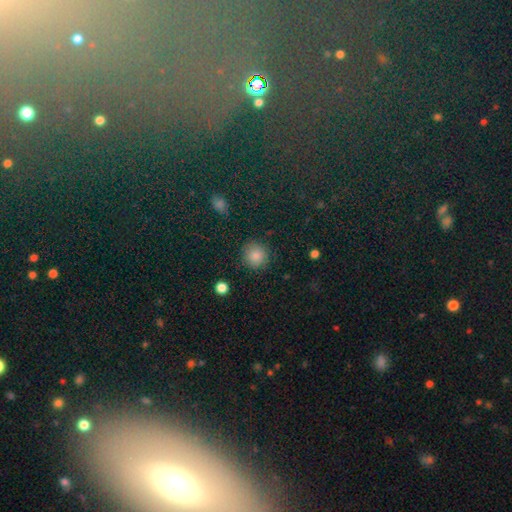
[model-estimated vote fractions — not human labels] A smooth galaxy with no disk features (86%) that is round (91%). Merging: none (89%).